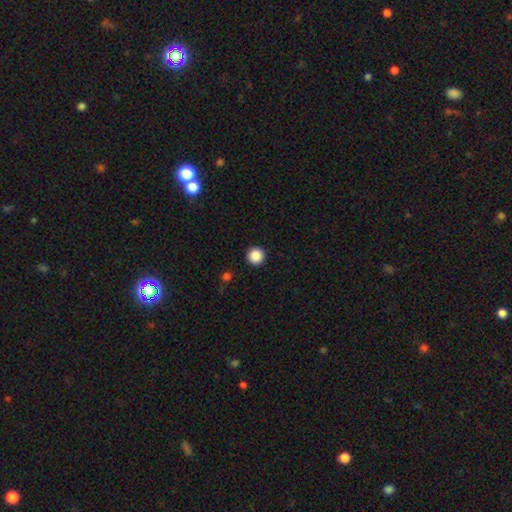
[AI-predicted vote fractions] A smooth galaxy with no disk features (88%) that is round (96%). Merging: none (93%).